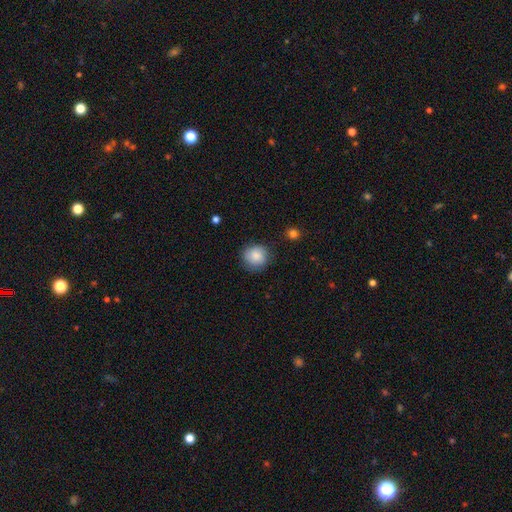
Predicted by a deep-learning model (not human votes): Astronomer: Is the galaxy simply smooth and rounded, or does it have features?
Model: smooth — 83%.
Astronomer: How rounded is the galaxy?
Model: round — 86%.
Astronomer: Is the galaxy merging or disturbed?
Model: none — 79%.